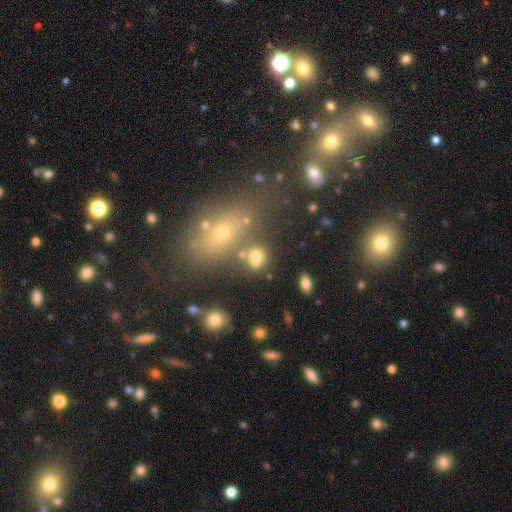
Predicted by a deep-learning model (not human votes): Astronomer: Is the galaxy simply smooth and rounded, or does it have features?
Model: smooth — 66%.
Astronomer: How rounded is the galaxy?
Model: round — 55% (runner-up: in between, 42%).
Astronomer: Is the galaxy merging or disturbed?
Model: none — 50% (runner-up: merger, 29%).